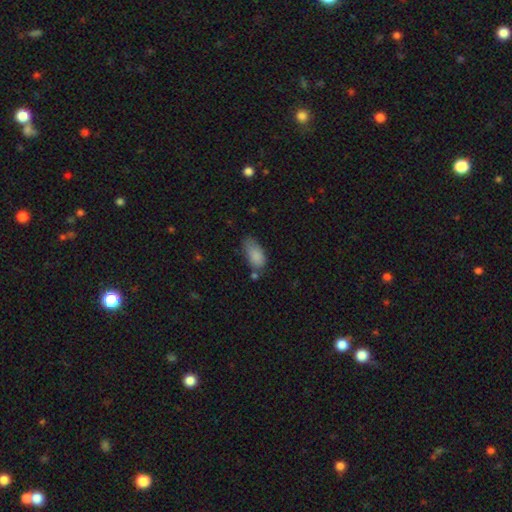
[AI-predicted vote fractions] Overall: smooth (85%). How rounded: in between (91%). Merging: none (50%; minor disturbance 33%).